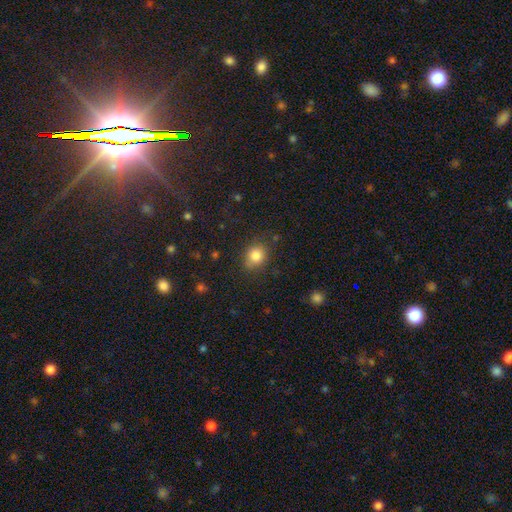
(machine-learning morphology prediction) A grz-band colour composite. It shows a smooth galaxy with no disk features (83%) that is round (73%). Merging: none (77%).